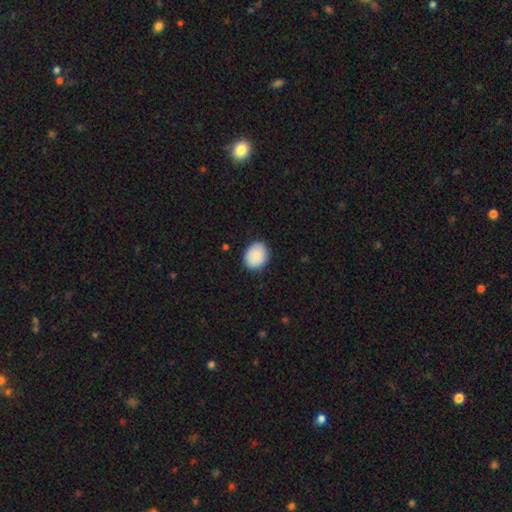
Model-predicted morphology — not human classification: smooth_or_featured: smooth (p=0.88) [alt: star or artifact p=0.06]
how_rounded: round (p=0.53) [alt: in between p=0.47]
merging: none (p=0.86) [alt: minor disturbance p=0.11]